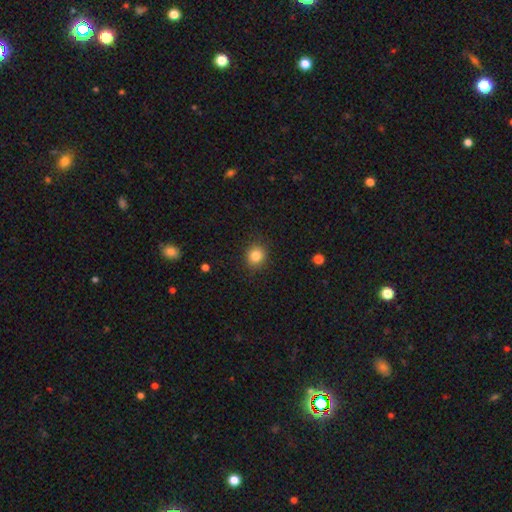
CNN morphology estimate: Smooth or featured: smooth — 83% (star or artifact — 11%)
How rounded: round — 82% (in between — 18%)
Merging: none — 88% (minor disturbance — 9%)